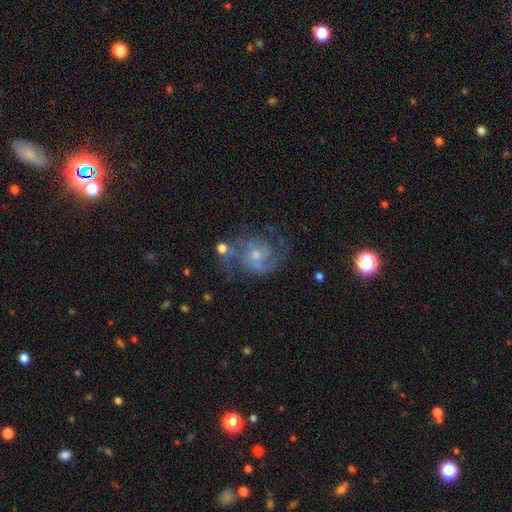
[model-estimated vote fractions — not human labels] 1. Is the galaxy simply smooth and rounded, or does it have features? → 81% featured or disk, 10% smooth, 8% star or artifact.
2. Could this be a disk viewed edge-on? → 98% no, 2% yes.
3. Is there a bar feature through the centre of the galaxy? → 66% no, 29% weak, 4% strong.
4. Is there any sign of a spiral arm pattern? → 93% yes, 7% no.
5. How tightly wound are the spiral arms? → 50% medium, 31% tight, 19% loose.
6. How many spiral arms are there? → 65% 2, 14% can't tell, 10% 3, 5% 1, 3% 4, 3% more than 4.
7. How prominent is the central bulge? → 57% small, 36% moderate, 3% none, 2% large, 1% dominant.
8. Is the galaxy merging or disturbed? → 59% none, 20% minor disturbance, 15% major disturbance, 6% merger.